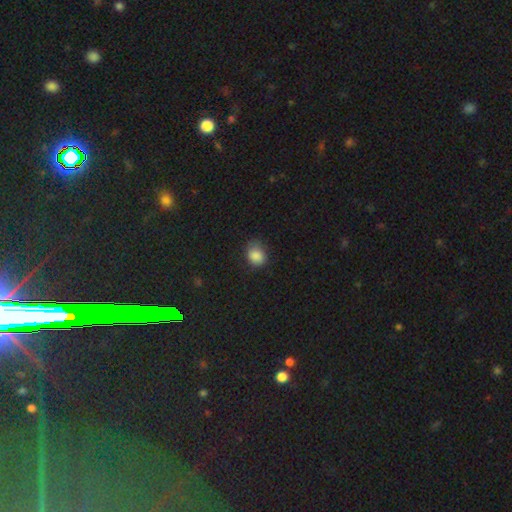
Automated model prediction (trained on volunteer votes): smooth_or_featured: smooth (p=0.85) [alt: star or artifact p=0.10]
how_rounded: round (p=0.50) [alt: in between p=0.49]
merging: none (p=0.66) [alt: minor disturbance p=0.26]